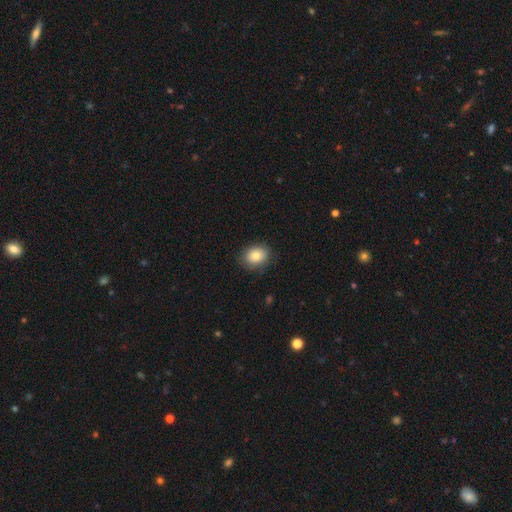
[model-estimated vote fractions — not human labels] smooth 81%, featured or disk 10%, star or artifact 9%. Down the decision tree: how rounded — in between (55%); merging — none (83%).